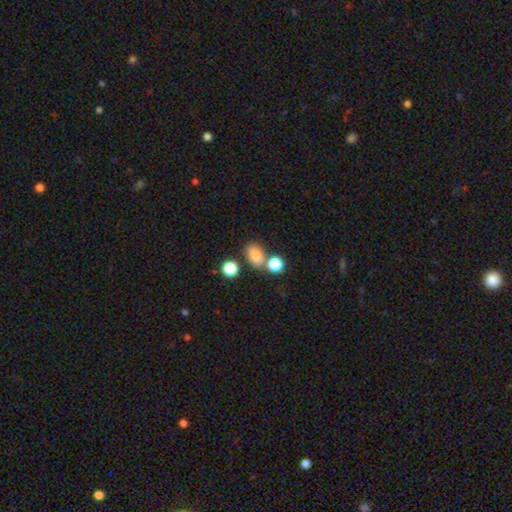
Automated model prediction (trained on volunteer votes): Smooth or featured: smooth — 81% (star or artifact — 13%)
How rounded: in between — 72% (round — 27%)
Merging: none — 65% (merger — 20%)